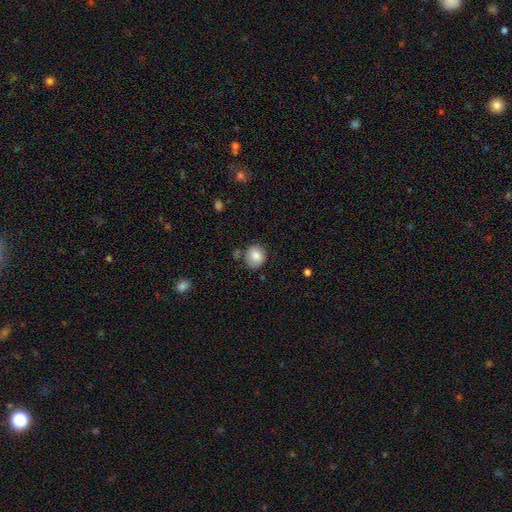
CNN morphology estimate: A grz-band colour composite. It shows a smooth galaxy with no disk features (84%) that is round (81%). Merging: none (76%).